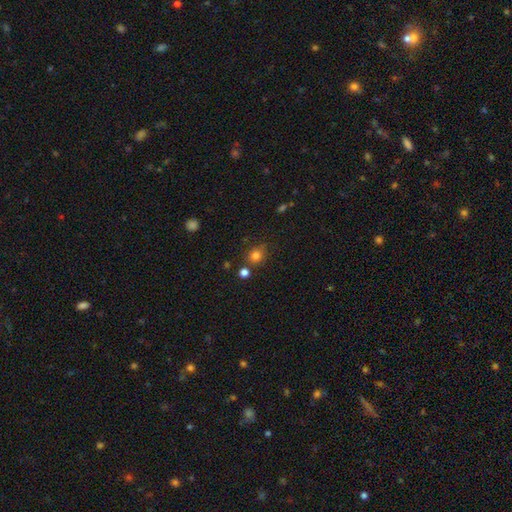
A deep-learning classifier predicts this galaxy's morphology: Smooth or featured? smooth (79%)
How rounded? round (82%)
Merging? none (75%)